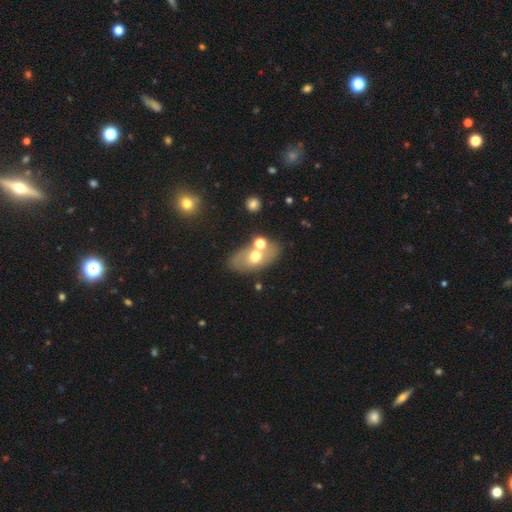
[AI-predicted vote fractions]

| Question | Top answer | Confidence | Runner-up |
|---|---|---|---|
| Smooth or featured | smooth | 56% | featured or disk (34%) |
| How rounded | in between | 84% | round (13%) |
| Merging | none | 60% | merger (23%) |